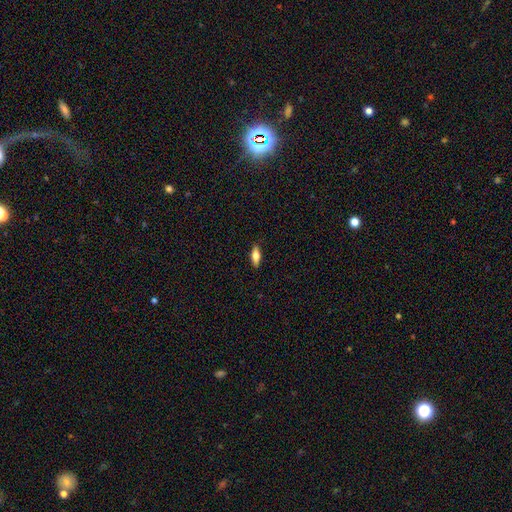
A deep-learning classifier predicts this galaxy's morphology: Smooth or featured? smooth (65%)
How rounded? in between (67%)
Merging? none (87%)